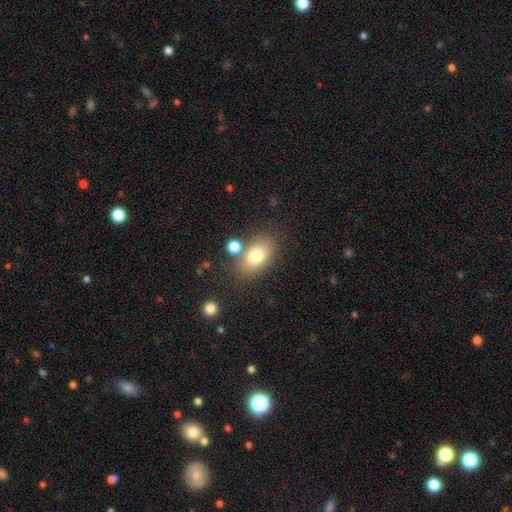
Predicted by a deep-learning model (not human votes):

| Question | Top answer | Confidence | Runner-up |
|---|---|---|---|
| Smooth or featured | smooth | 75% | featured or disk (15%) |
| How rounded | in between | 84% | round (14%) |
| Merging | none | 71% | minor disturbance (13%) |